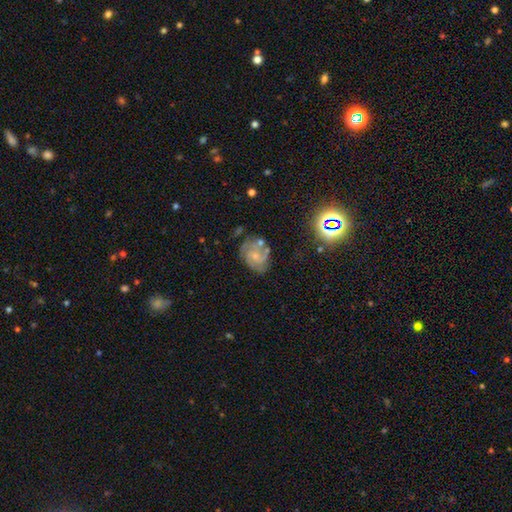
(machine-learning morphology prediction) Smooth or featured? Predicted: featured or disk (p=0.73). Edge-on disk? Predicted: no (p=0.98). Bar? Predicted: no (p=0.68). Spiral arms? Predicted: yes (p=0.90). Spiral winding? Predicted: tight (p=0.49). Spiral arm count? Predicted: 3 (p=0.29). Bulge size? Predicted: small (p=0.59). Merging? Predicted: none (p=0.62).